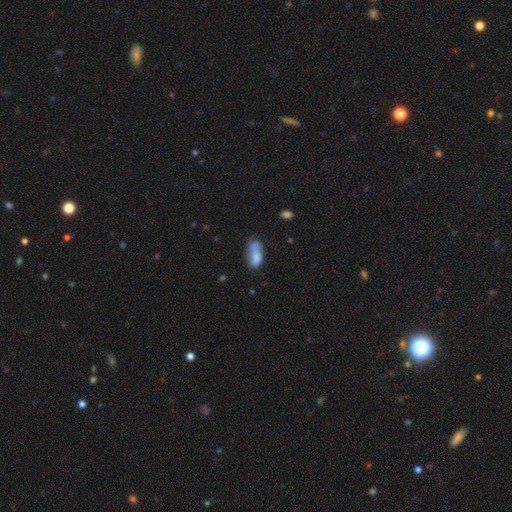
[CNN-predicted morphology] type=smooth (68%); roundness=in between (89%); merging=none (35%).